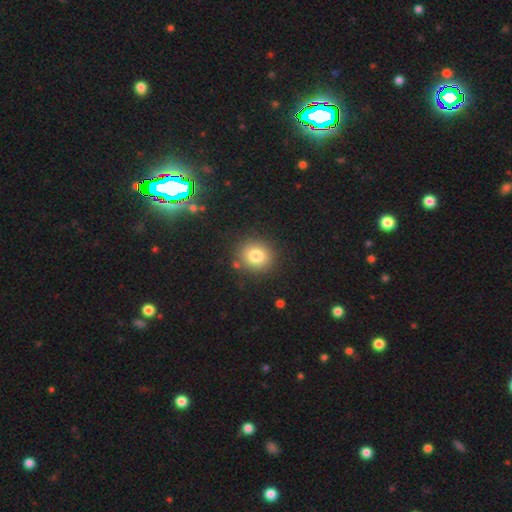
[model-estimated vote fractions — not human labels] A smooth galaxy with no disk features (80%) that is round (83%).

Vote fractions:
- Smooth or featured? smooth: 80% / star or artifact: 12% / featured or disk: 8%
- How rounded? round: 83% / in between: 16% / cigar-shaped: 1%
- Merging? none: 86% / minor disturbance: 8% / merger: 3% / major disturbance: 3%